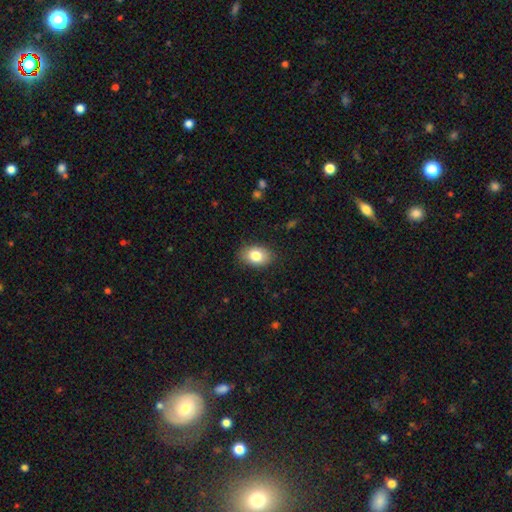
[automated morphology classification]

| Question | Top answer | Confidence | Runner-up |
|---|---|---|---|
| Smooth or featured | smooth | 81% | featured or disk (11%) |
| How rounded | in between | 82% | round (17%) |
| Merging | none | 85% | minor disturbance (11%) |